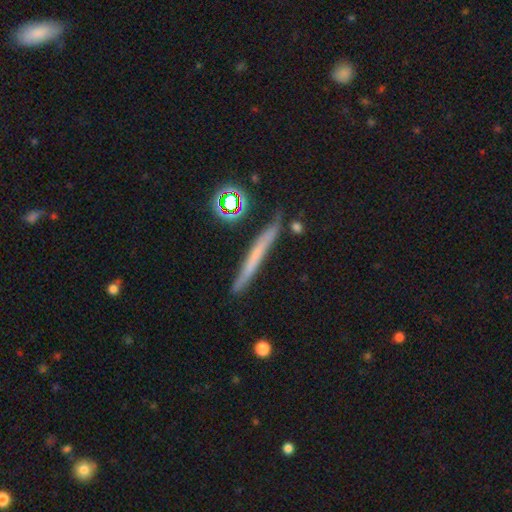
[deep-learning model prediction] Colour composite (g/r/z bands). It shows a smooth galaxy with no disk features (46%). Merging: none (79%).